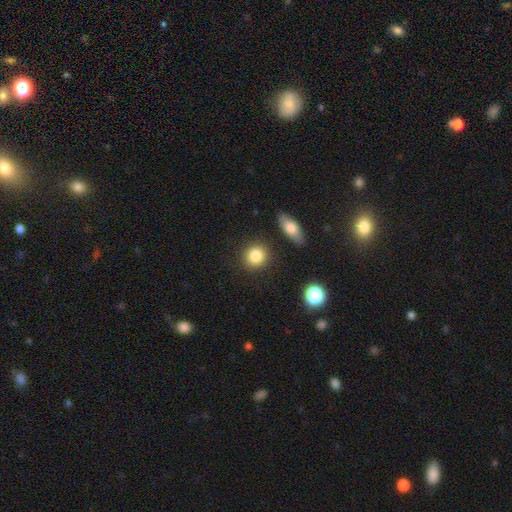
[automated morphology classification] This is clearly a smooth galaxy (84%). How rounded: clearly round (82%). Merging: clearly none (86%).